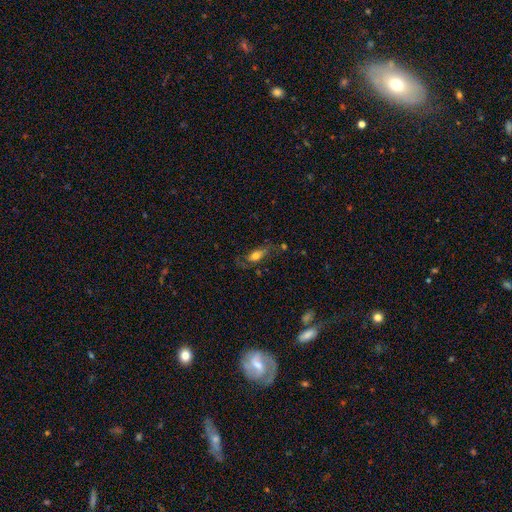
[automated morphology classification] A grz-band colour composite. It shows a smooth galaxy with no disk features (52%) that is in between round and cigar-shaped (73%). Merging: none (55%).